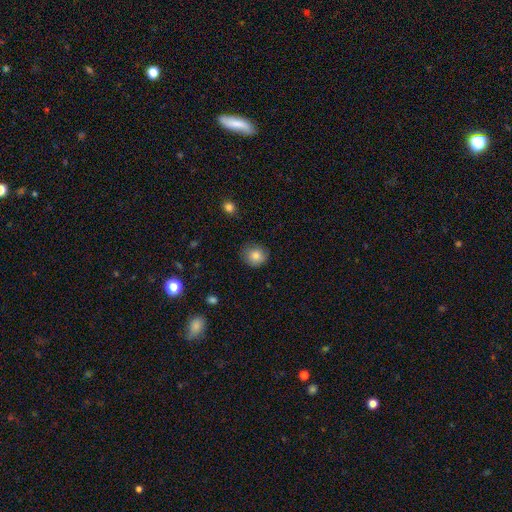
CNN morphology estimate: This is clearly a smooth galaxy (84%). How rounded: clearly round (81%). Merging: clearly none (80%).